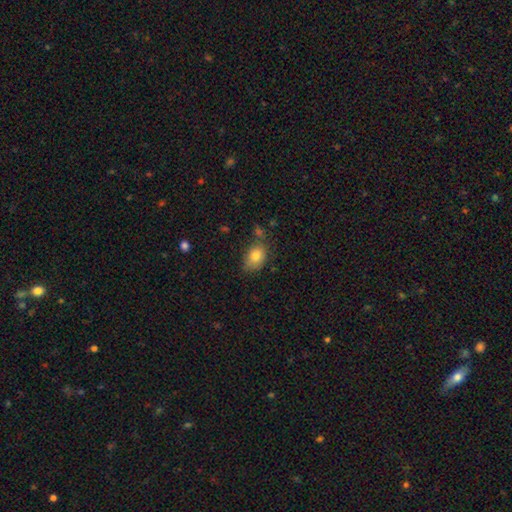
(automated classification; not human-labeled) Overall: smooth (81%). How rounded: in between (79%). Merging: none (63%; minor disturbance 25%).